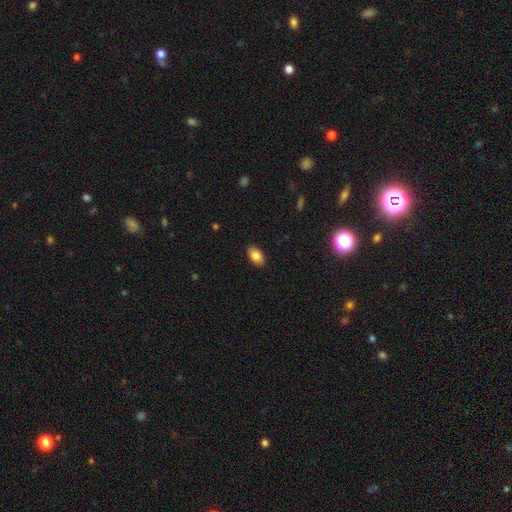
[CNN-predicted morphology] smooth-or-featured: smooth: 85% | featured or disk: 8% | star or artifact: 7%
  how-rounded: in between: 93% | round: 5% | cigar-shaped: 2%
  merging: none: 89% | minor disturbance: 8% | major disturbance: 2% | merger: 1%